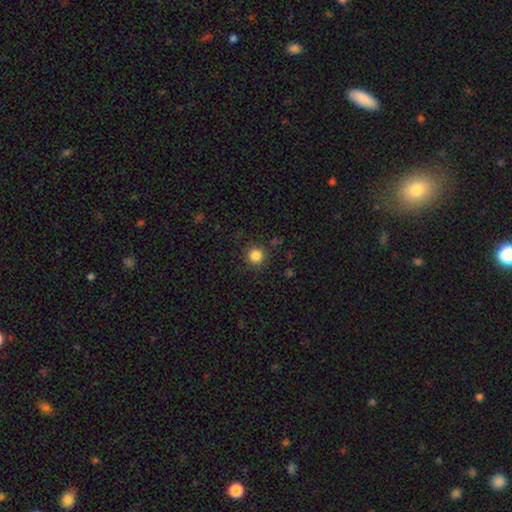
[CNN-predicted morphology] Overall: smooth (85%). How rounded: round (94%). Merging: none (88%).